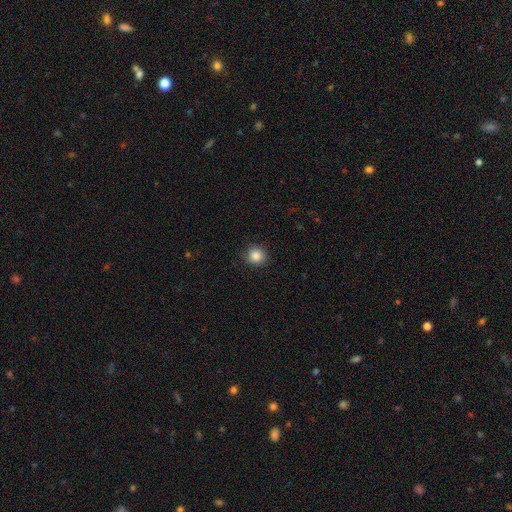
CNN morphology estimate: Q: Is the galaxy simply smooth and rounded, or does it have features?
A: smooth — 86%.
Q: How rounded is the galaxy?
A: round — 89%.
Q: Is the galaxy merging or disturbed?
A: none — 88%.